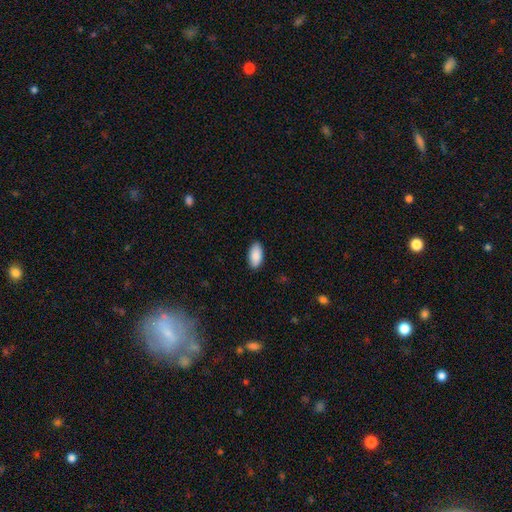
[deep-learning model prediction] A smooth galaxy with no disk features (90%) that is in between round and cigar-shaped (93%).

Vote fractions:
- Smooth or featured? smooth: 90% / star or artifact: 6% / featured or disk: 5%
- How rounded? in between: 93% / cigar-shaped: 5% / round: 2%
- Merging? none: 88% / minor disturbance: 9% / major disturbance: 2% / merger: 1%